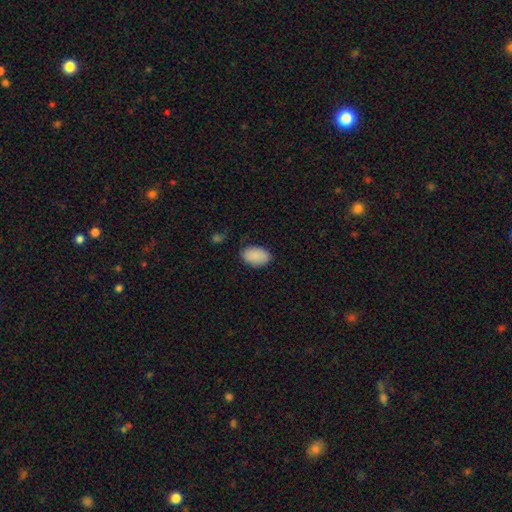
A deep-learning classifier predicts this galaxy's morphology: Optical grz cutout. It shows a smooth galaxy with no disk features (89%) that is in between round and cigar-shaped (91%). Merging: none (77%).